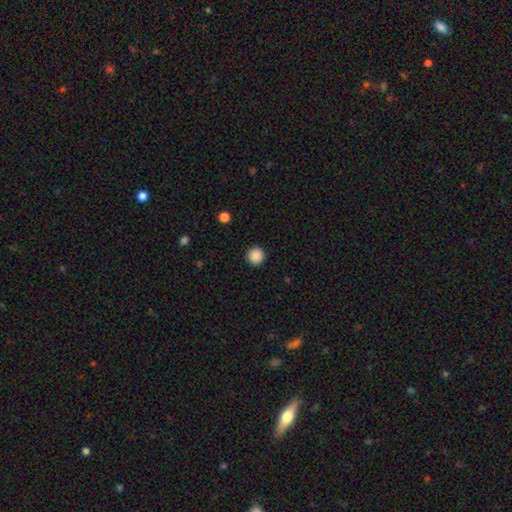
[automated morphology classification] type=smooth (88%); roundness=round (96%); merging=none (93%).